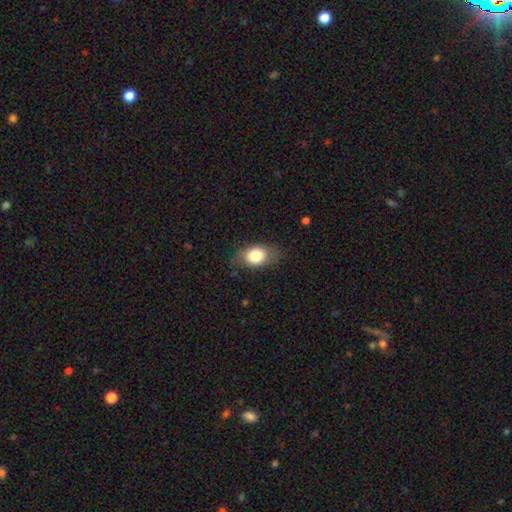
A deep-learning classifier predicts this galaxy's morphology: The model was most divided on "how rounded": in between: 75%, round: 24%, cigar-shaped: 2%. More confident: smooth or featured — smooth (78%); merging — none (76%).